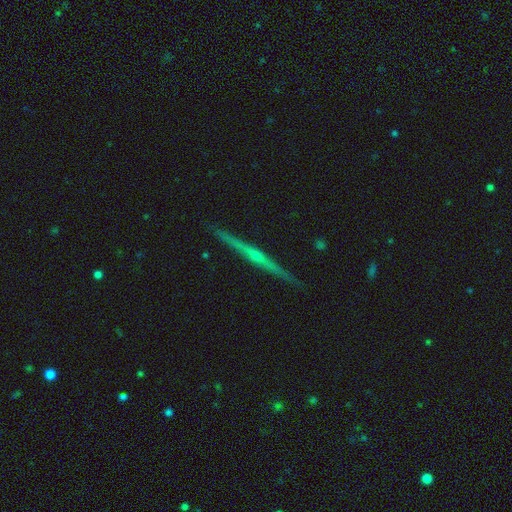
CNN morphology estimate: A featured or disk galaxy (84%) viewed edge-on (98%) with a rounded central bulge (81%). Merging: none (92%).